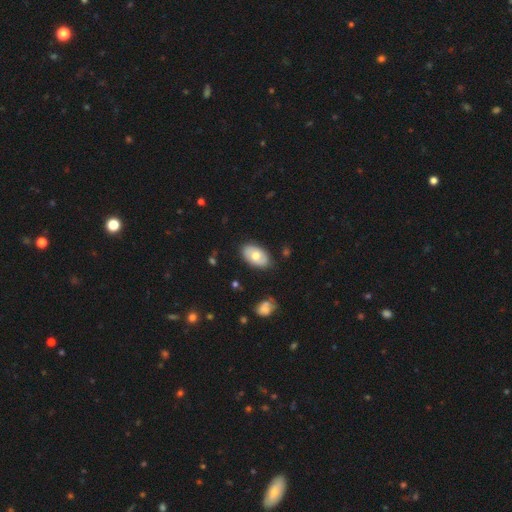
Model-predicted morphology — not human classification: A smooth galaxy with no disk features (64%) that is in between round and cigar-shaped (92%).

Vote fractions:
- Smooth or featured? smooth: 64% / featured or disk: 29% / star or artifact: 6%
- How rounded? in between: 92% / round: 7% / cigar-shaped: 1%
- Merging? none: 83% / minor disturbance: 12% / major disturbance: 3% / merger: 2%